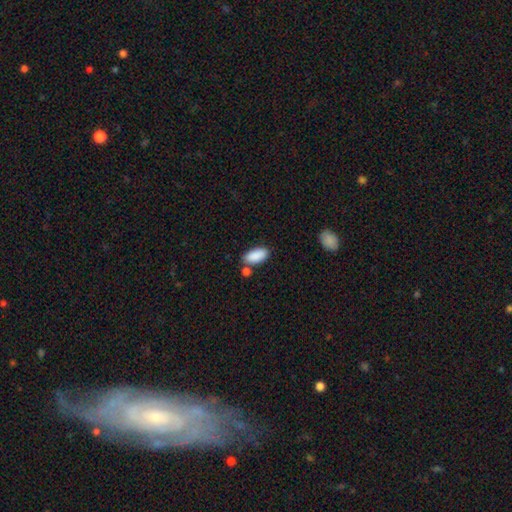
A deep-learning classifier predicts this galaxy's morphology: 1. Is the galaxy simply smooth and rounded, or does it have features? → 89% smooth, 6% star or artifact, 4% featured or disk.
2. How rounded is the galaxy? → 92% in between, 6% cigar-shaped, 2% round.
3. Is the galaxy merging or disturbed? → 71% none, 13% minor disturbance, 13% merger, 3% major disturbance.